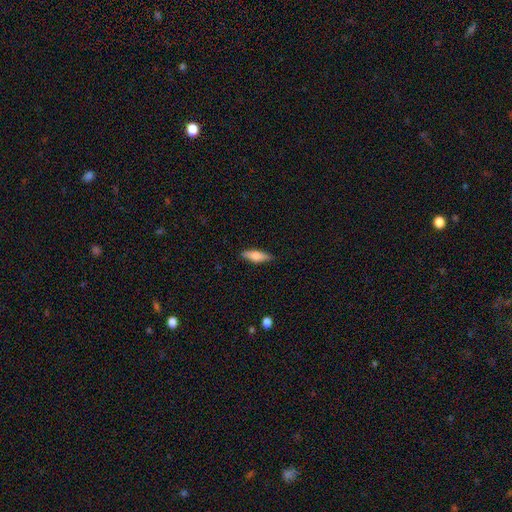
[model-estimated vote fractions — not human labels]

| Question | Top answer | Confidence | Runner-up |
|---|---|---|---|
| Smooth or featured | smooth | 67% | featured or disk (27%) |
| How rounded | cigar-shaped | 50% | in between (48%) |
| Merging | none | 86% | minor disturbance (10%) |